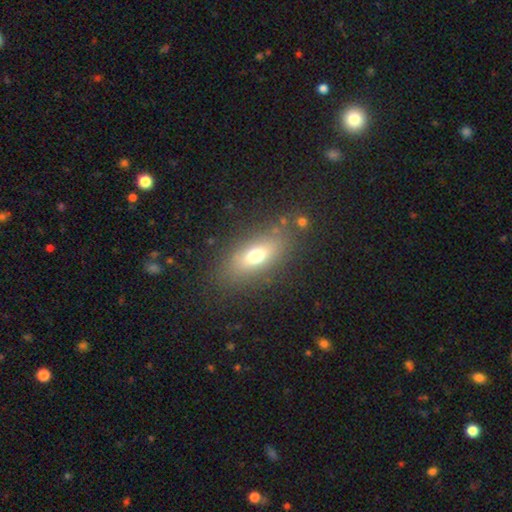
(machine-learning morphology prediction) This appears to be a smooth galaxy with no disk features (66%) that is in between round and cigar-shaped (76%). Merging: none (81%).